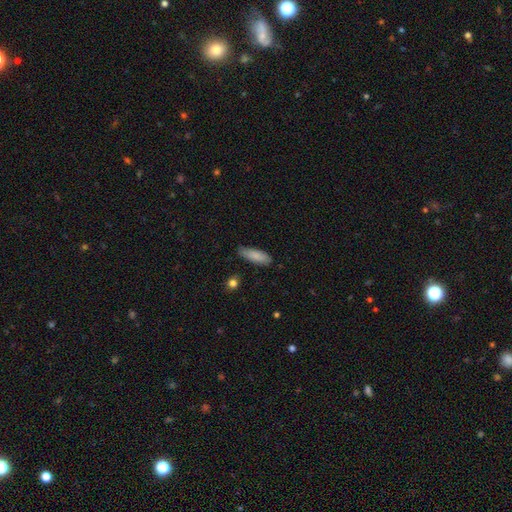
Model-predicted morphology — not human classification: The model was most divided on "how rounded": in between: 54%, cigar-shaped: 45%, round: 2%. More confident: smooth or featured — smooth (84%); merging — none (77%).